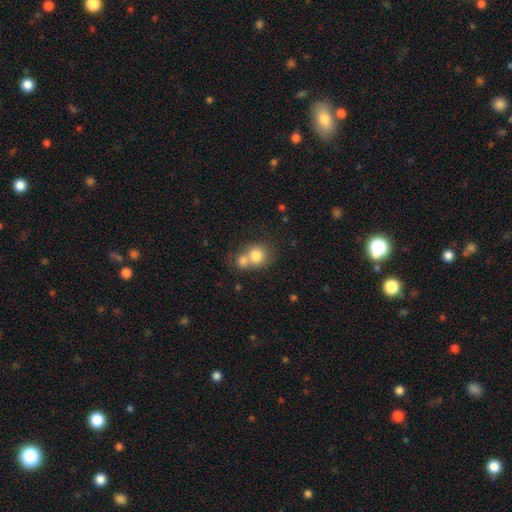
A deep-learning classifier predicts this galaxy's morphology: A smooth galaxy with no disk features (78%) that is round (80%).

Vote fractions:
- Smooth or featured? smooth: 78% / featured or disk: 12% / star or artifact: 9%
- How rounded? round: 80% / in between: 19% / cigar-shaped: 1%
- Merging? merger: 56% / none: 34% / minor disturbance: 7% / major disturbance: 3%